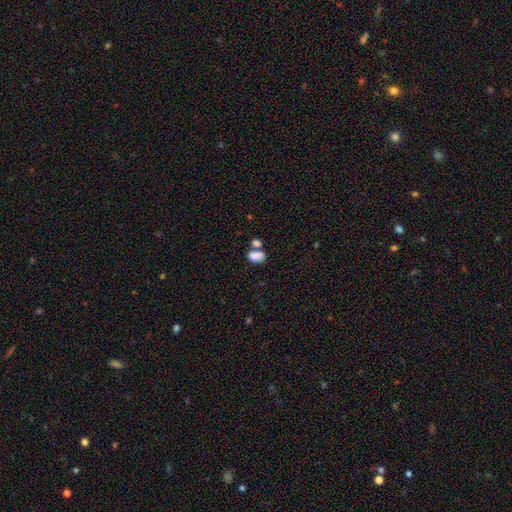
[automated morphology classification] A smooth galaxy with no disk features (83%) that is in between round and cigar-shaped (85%).

Vote fractions:
- Smooth or featured? smooth: 83% / star or artifact: 10% / featured or disk: 7%
- How rounded? in between: 85% / round: 14% / cigar-shaped: 1%
- Merging? merger: 42% / none: 40% / minor disturbance: 12% / major disturbance: 6%